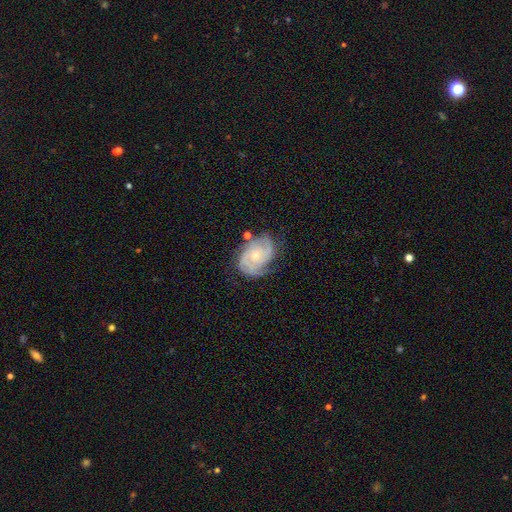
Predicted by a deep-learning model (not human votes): Smooth or featured?
  - featured or disk: 82% *
  - smooth: 13%
  - star or artifact: 6%
Edge-on disk?
  - no: 97% *
  - yes: 3%
Bar?
  - no: 73% *
  - weak: 23%
  - strong: 4%
Spiral arms?
  - yes: 94% *
  - no: 6%
Spiral winding?
  - tight: 57% *
  - medium: 34%
  - loose: 10%
Spiral arm count?
  - 2: 41% *
  - can't tell: 23%
  - 3: 22%
  - 4: 5%
  - 1: 5%
  - more than 4: 4%
Bulge size?
  - small: 61% *
  - moderate: 35%
  - none: 2%
  - large: 1%
  - dominant: 1%
Merging?
  - none: 64% *
  - minor disturbance: 24%
  - major disturbance: 9%
  - merger: 3%